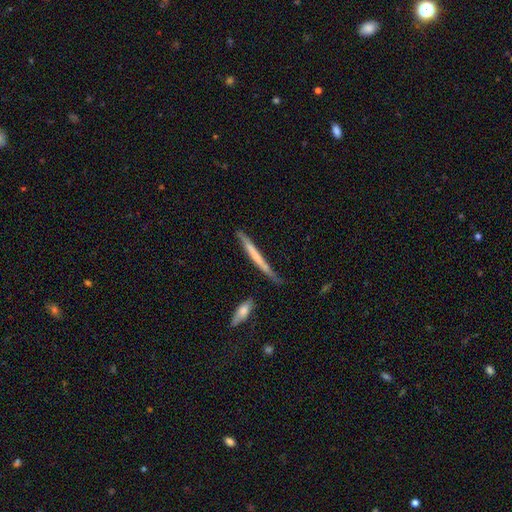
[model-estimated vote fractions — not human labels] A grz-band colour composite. It shows a smooth galaxy with no disk features (52%) that is cigar-shaped (96%). Merging: none (68%).